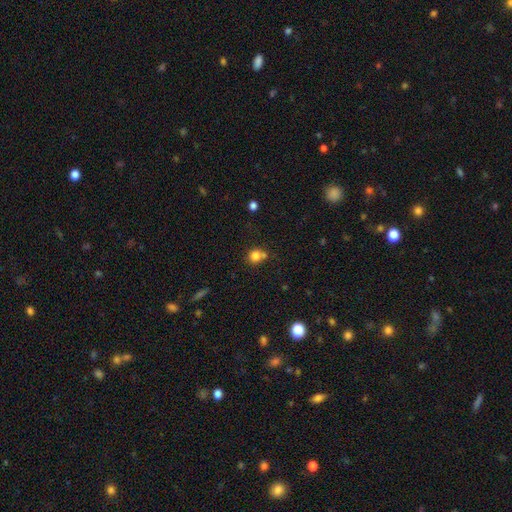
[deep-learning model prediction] smooth 80%, star or artifact 12%, featured or disk 8%. Down the decision tree: how rounded — round (82%); merging — none (54%).